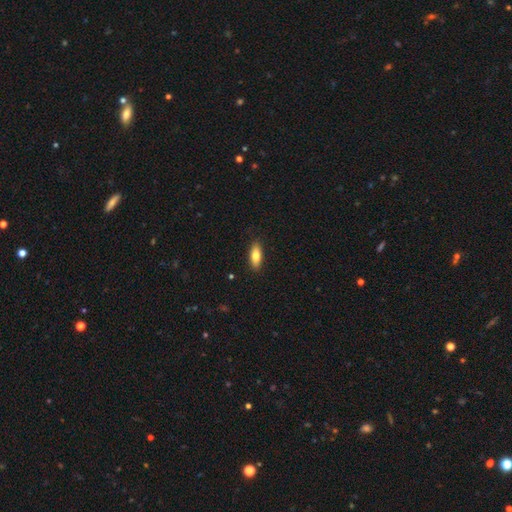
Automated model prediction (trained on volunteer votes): Smooth or featured? smooth (79%)
How rounded? in between (75%)
Merging? none (89%)